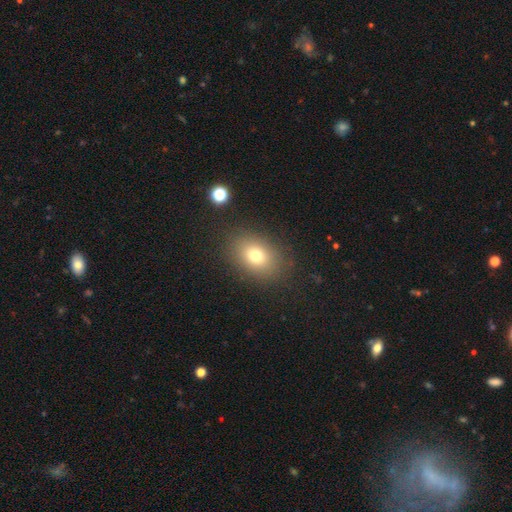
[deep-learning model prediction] Smooth or featured? Predicted: smooth (p=0.74). How rounded? Predicted: in between (p=0.69). Merging? Predicted: none (p=0.84).